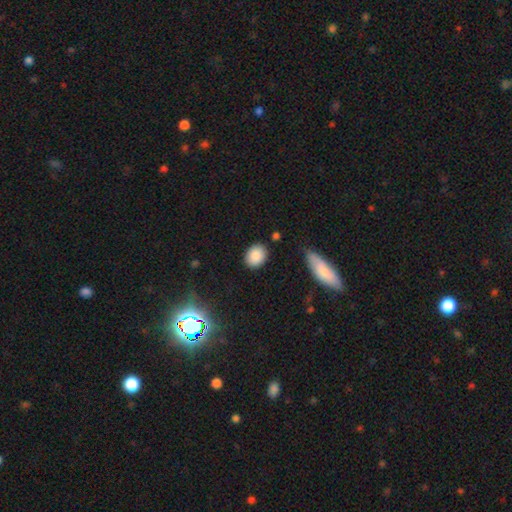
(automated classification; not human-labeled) The model was most divided on "how rounded": in between: 55%, round: 43%, cigar-shaped: 1%. More confident: smooth or featured — smooth (87%); merging — none (83%).